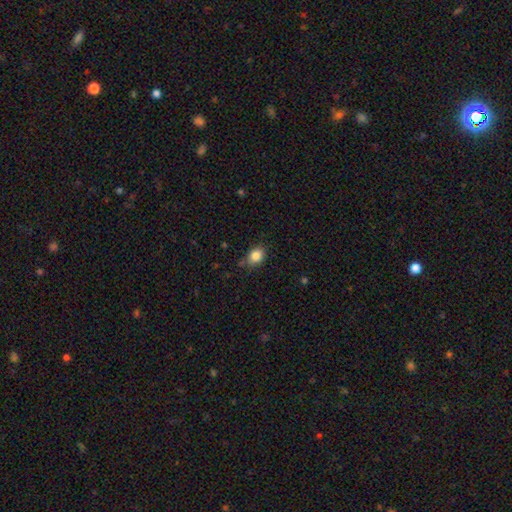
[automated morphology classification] smooth_or_featured: smooth (p=0.85) [alt: star or artifact p=0.09]
how_rounded: in between (p=0.60) [alt: round p=0.39]
merging: none (p=0.75) [alt: minor disturbance p=0.19]